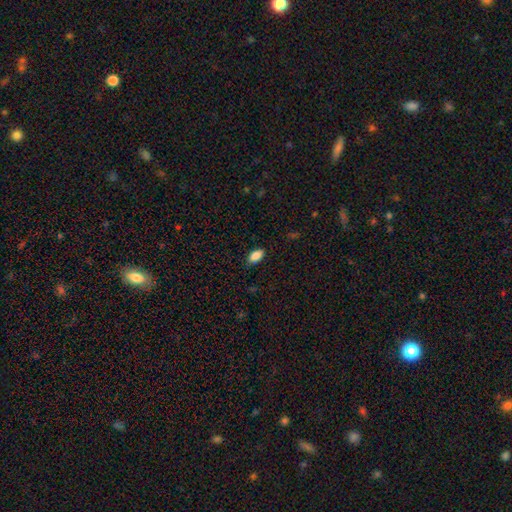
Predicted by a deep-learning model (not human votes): smooth 88%, star or artifact 8%, featured or disk 5%. Down the decision tree: how rounded — in between (92%); merging — none (85%).